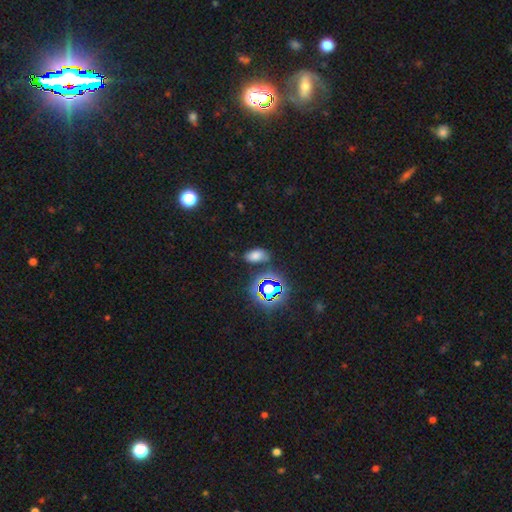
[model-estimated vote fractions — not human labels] smooth_or_featured: smooth (p=0.65) [alt: star or artifact p=0.26]
how_rounded: in between (p=0.90) [alt: round p=0.07]
merging: none (p=0.76) [alt: minor disturbance p=0.14]